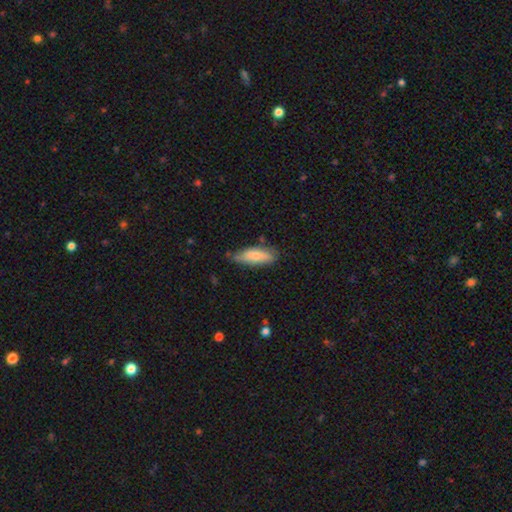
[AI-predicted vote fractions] smooth_or_featured: smooth (p=0.72) [alt: featured or disk p=0.22]
how_rounded: in between (p=0.65) [alt: cigar-shaped p=0.33]
merging: none (p=0.61) [alt: minor disturbance p=0.30]